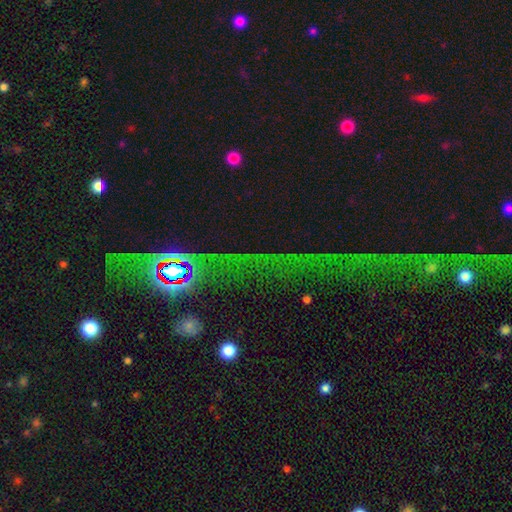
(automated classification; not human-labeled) Smooth or featured: star or artifact — 81% (featured or disk — 10%)